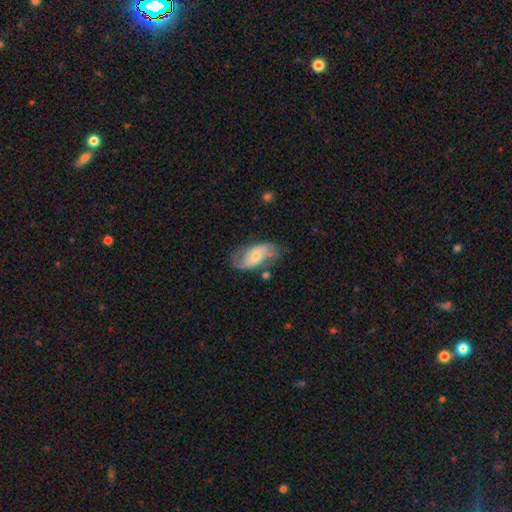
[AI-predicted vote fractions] Q: Smooth or featured?
A: featured or disk (67%); runner-up: smooth (27%)
Q: Edge-on disk?
A: no (95%); runner-up: yes (5%)
Q: Bar?
A: no (56%); runner-up: weak (34%)
Q: Spiral arms?
A: yes (87%); runner-up: no (13%)
Q: Spiral winding?
A: loose (42%); runner-up: medium (40%)
Q: Spiral arm count?
A: 2 (81%); runner-up: can't tell (10%)
Q: Bulge size?
A: small (47%); runner-up: moderate (45%)
Q: Merging?
A: none (61%); runner-up: minor disturbance (23%)